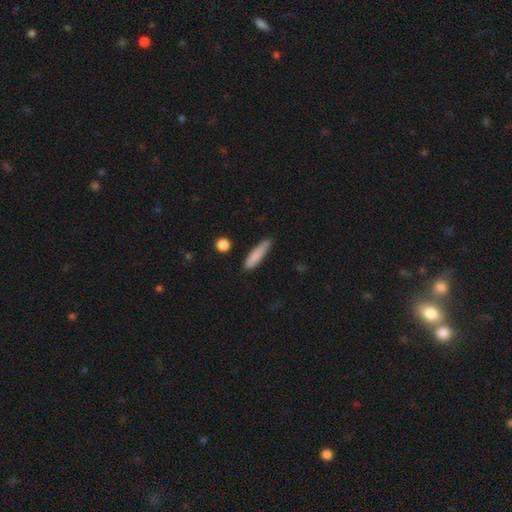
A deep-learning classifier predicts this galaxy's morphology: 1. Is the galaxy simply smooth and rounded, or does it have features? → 83% smooth, 11% featured or disk, 7% star or artifact.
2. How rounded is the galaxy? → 85% cigar-shaped, 13% in between, 2% round.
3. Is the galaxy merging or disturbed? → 77% none, 18% minor disturbance, 3% major disturbance, 2% merger.